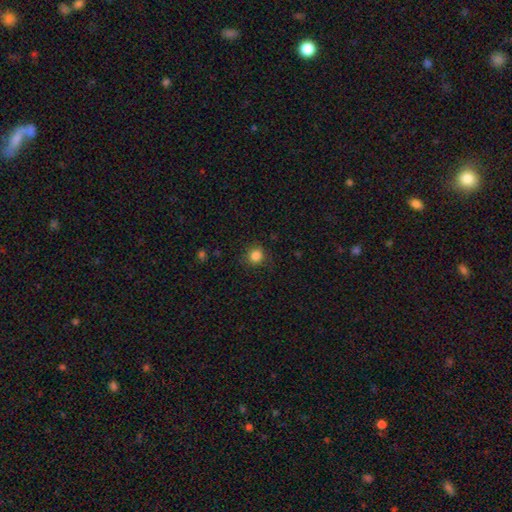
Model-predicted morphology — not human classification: smooth-or-featured: smooth: 85% | star or artifact: 11% | featured or disk: 4%
  how-rounded: round: 88% | in between: 11% | cigar-shaped: 1%
  merging: none: 85% | minor disturbance: 11% | major disturbance: 3% | merger: 1%